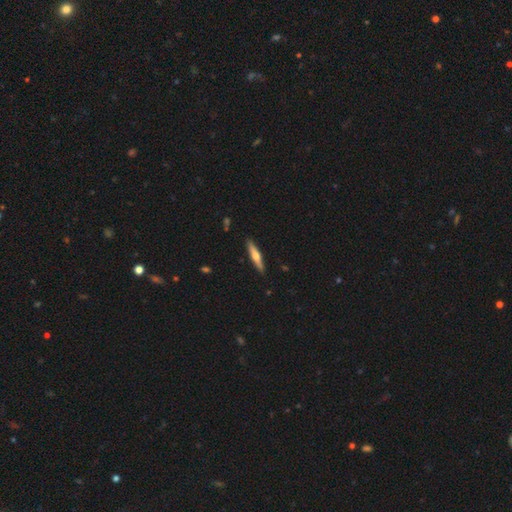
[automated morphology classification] The model was most divided on "smooth or featured": featured or disk: 50%, smooth: 45%, star or artifact: 5%. More confident: merging — none (90%).